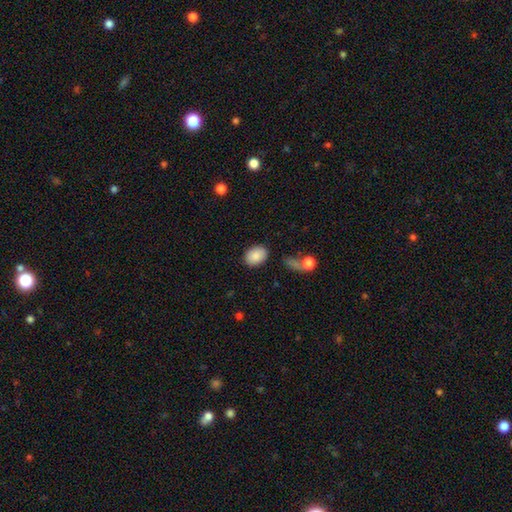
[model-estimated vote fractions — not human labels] Smooth or featured? smooth (87%)
How rounded? in between (77%)
Merging? none (83%)